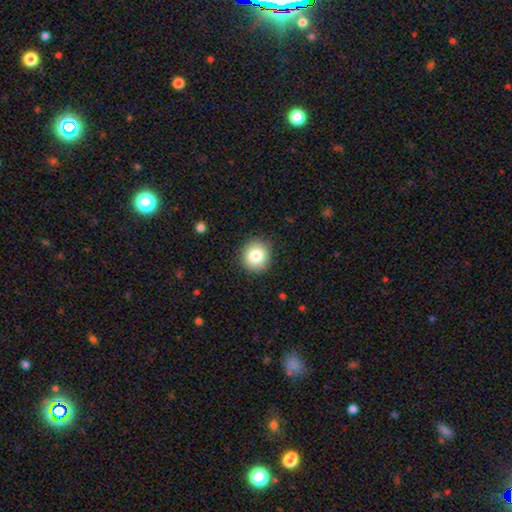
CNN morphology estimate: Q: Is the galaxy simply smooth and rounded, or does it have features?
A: smooth — 81%.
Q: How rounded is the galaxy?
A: round — 88%.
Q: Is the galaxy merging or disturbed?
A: none — 88%.